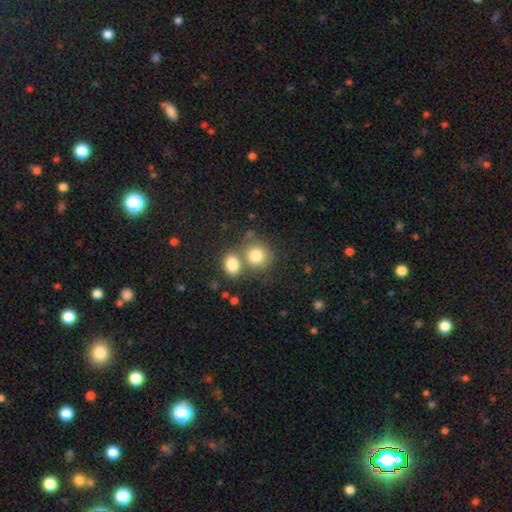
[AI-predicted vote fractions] Smooth or featured? Predicted: smooth (p=0.80). How rounded? Predicted: round (p=0.74). Merging? Predicted: none (p=0.43).